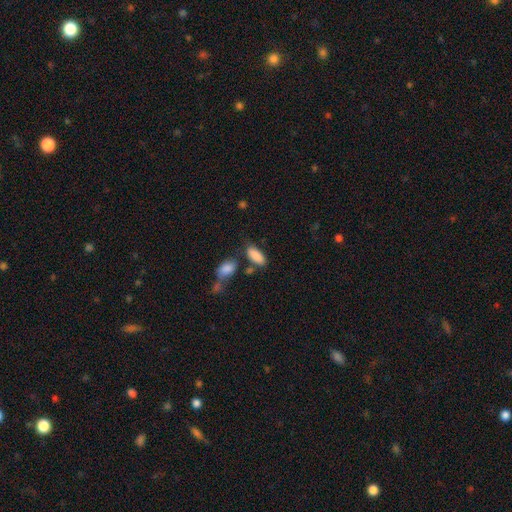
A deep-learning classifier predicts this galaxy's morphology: Smooth or featured? smooth (87%)
How rounded? in between (83%)
Merging? none (65%)